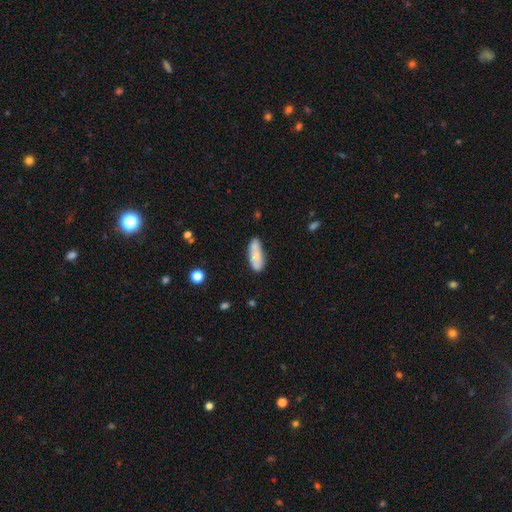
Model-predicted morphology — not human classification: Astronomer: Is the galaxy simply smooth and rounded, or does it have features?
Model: smooth — 73%.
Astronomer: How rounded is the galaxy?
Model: in between — 67%.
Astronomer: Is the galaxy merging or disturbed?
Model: none — 58%.